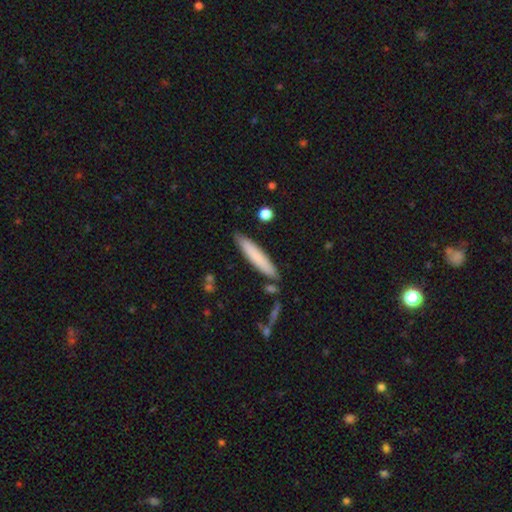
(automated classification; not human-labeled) A smooth galaxy with no disk features (77%) that is cigar-shaped (91%).

Vote fractions:
- Smooth or featured? smooth: 77% / featured or disk: 16% / star or artifact: 6%
- How rounded? cigar-shaped: 91% / in between: 8% / round: 1%
- Merging? none: 85% / minor disturbance: 9% / merger: 4% / major disturbance: 2%